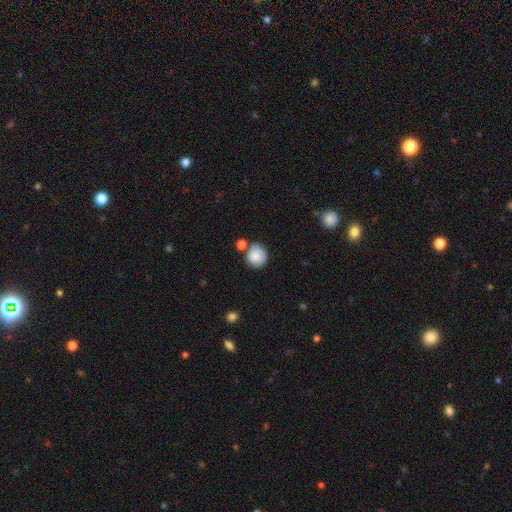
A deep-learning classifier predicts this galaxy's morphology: smooth_or_featured: smooth (p=0.85) [alt: star or artifact p=0.08]
how_rounded: round (p=0.84) [alt: in between p=0.15]
merging: none (p=0.65) [alt: merger p=0.16]